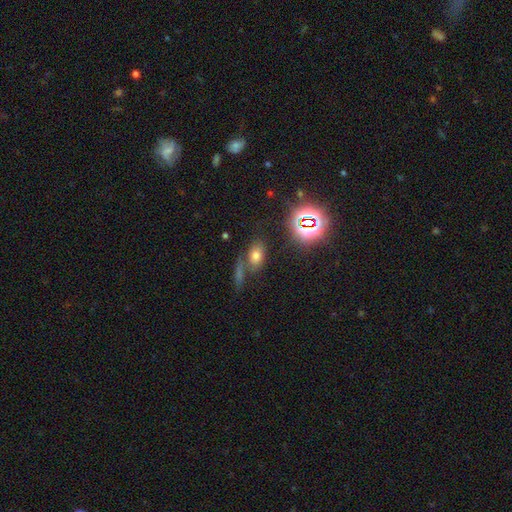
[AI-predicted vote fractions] Morphology: type=smooth (65%); roundness=in between (81%); merging=none (63%).